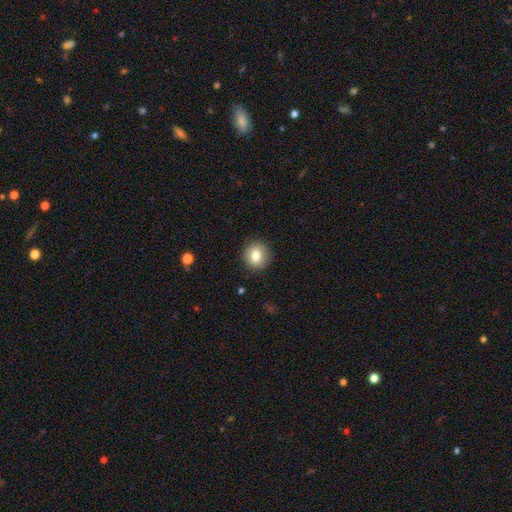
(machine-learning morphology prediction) smooth_or_featured: smooth (p=0.81) [alt: featured or disk p=0.10]
how_rounded: round (p=0.87) [alt: in between p=0.12]
merging: none (p=0.90) [alt: minor disturbance p=0.07]